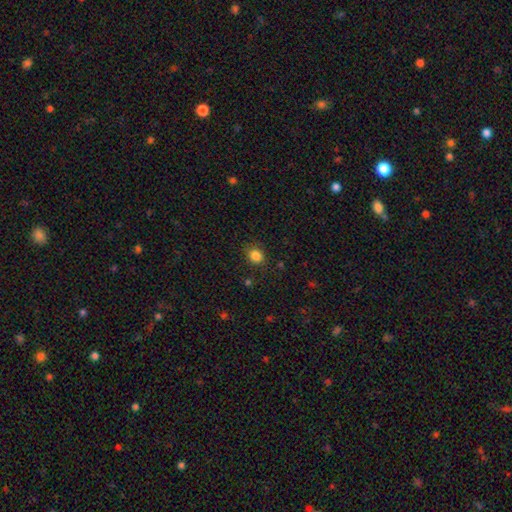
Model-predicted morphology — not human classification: smooth 84%, star or artifact 12%, featured or disk 4%. Down the decision tree: how rounded — round (72%); merging — none (86%).